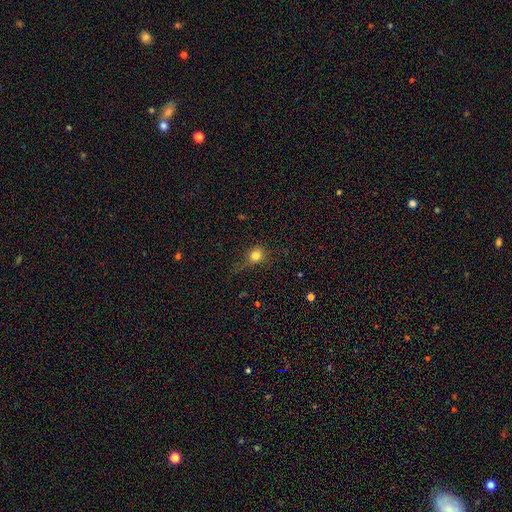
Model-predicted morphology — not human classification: A smooth galaxy with no disk features (76%) that is round (79%). Merging: none (51%).